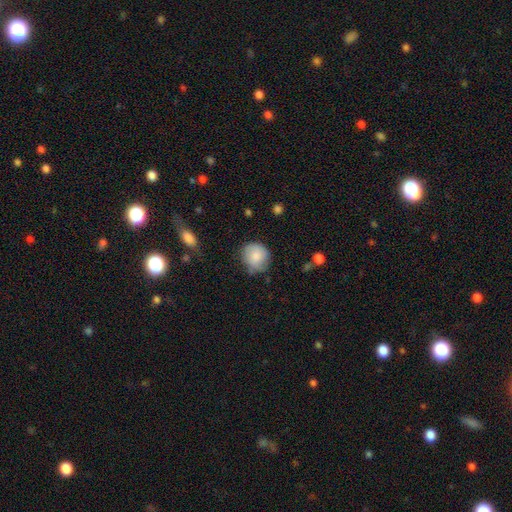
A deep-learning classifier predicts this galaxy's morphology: smooth_or_featured: smooth (p=0.77) [alt: featured or disk p=0.16]
how_rounded: round (p=0.84) [alt: in between p=0.15]
merging: none (p=0.68) [alt: minor disturbance p=0.24]